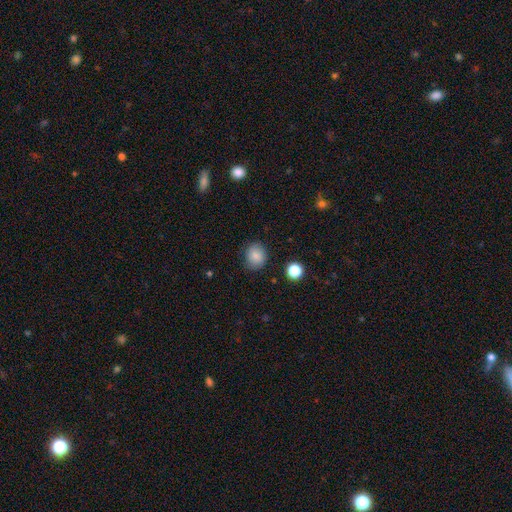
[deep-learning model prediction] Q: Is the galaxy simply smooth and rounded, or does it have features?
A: smooth — 85%.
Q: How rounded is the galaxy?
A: round — 71%.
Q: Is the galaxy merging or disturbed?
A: none — 84%.